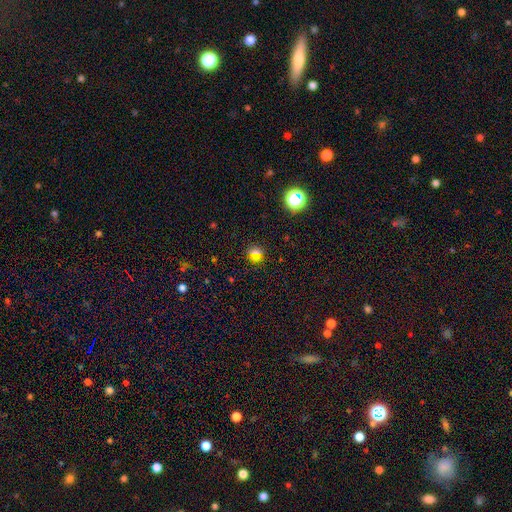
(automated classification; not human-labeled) Overall: smooth (59%; star or artifact 33%). How rounded: round (87%). Merging: none (85%).